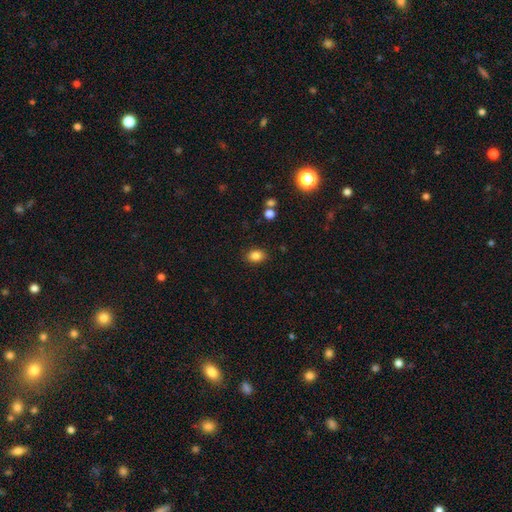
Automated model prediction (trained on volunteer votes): Morphology: type=smooth (85%); roundness=in between (72%); merging=none (87%).